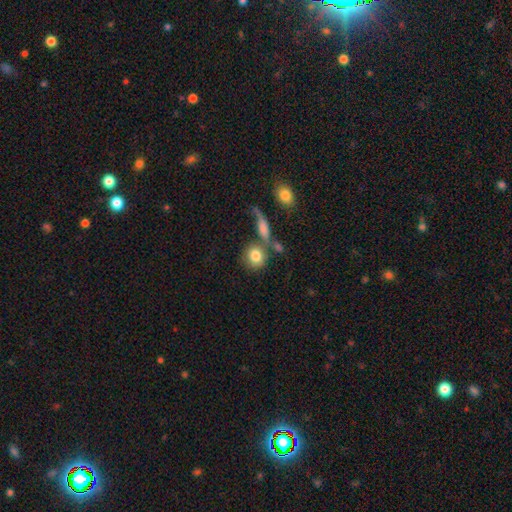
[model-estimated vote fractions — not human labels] smooth-or-featured: smooth: 81% | featured or disk: 11% | star or artifact: 8%
  how-rounded: round: 79% | in between: 18% | cigar-shaped: 2%
  merging: none: 57% | merger: 24% | minor disturbance: 12% | major disturbance: 7%